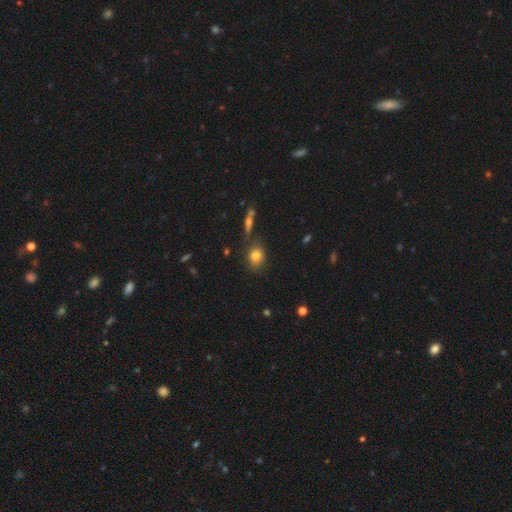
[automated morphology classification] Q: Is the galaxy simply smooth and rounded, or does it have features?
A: smooth — 80%.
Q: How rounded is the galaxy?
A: in between — 50%.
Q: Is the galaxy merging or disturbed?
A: none — 75%.